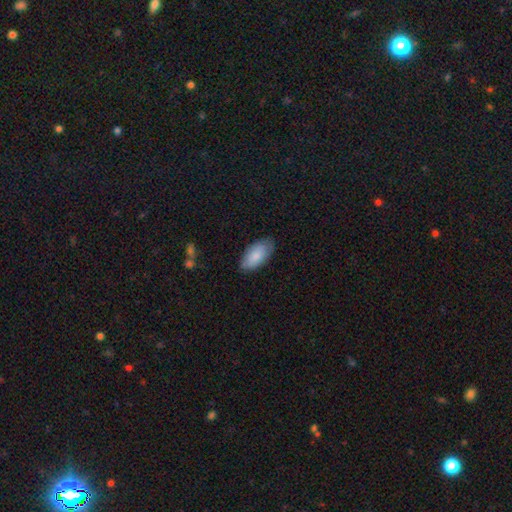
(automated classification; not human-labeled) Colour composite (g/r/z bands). It shows a smooth galaxy with no disk features (83%) that is in between round and cigar-shaped (94%). Merging: none (79%).